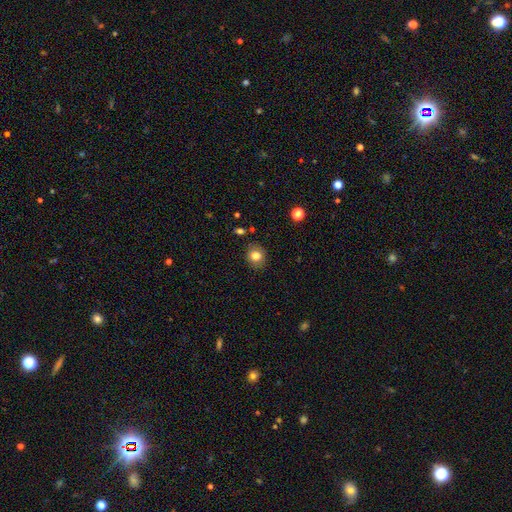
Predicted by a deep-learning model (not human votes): Smooth or featured?
  - smooth: 80% *
  - star or artifact: 11%
  - featured or disk: 10%
How rounded?
  - round: 70% *
  - in between: 29%
  - cigar-shaped: 1%
Merging?
  - none: 84% *
  - minor disturbance: 11%
  - major disturbance: 3%
  - merger: 2%